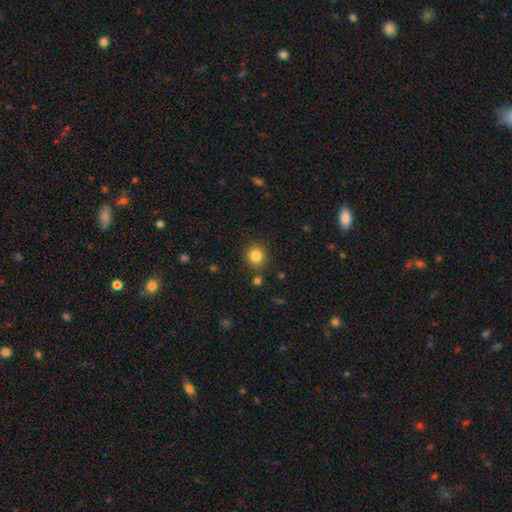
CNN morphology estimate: Smooth or featured: smooth — 83% (star or artifact — 11%)
How rounded: round — 82% (in between — 17%)
Merging: none — 85% (minor disturbance — 9%)